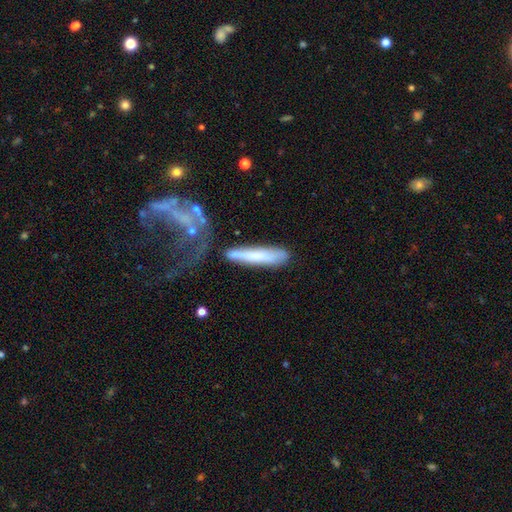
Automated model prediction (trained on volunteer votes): This appears to be a smooth galaxy with no disk features (68%) that is cigar-shaped (89%). Merging: none (67%).